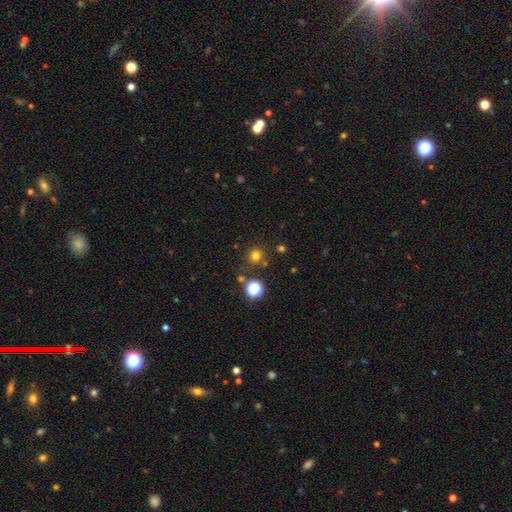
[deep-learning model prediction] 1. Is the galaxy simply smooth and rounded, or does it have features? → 73% smooth, 22% star or artifact, 6% featured or disk.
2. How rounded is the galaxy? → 92% round, 7% in between, 1% cigar-shaped.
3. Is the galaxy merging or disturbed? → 83% none, 8% minor disturbance, 6% merger, 3% major disturbance.